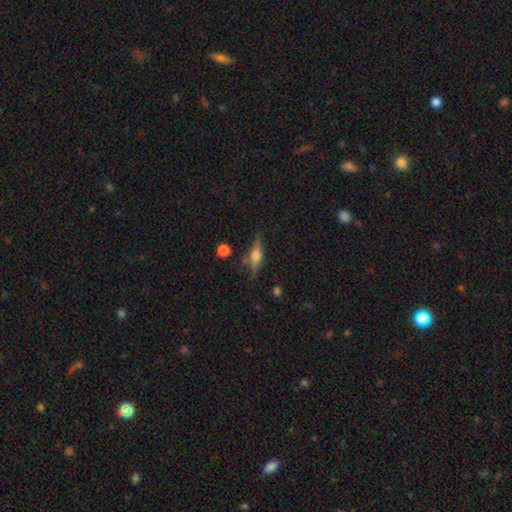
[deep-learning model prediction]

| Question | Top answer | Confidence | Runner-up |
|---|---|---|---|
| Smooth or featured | featured or disk | 57% | smooth (35%) |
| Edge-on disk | yes | 93% | no (7%) |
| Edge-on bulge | rounded | 87% | boxy (9%) |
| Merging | none | 76% | minor disturbance (15%) |